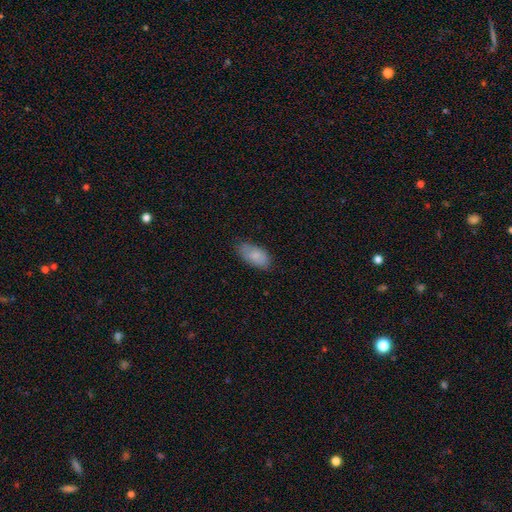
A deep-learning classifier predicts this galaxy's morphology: Smooth or featured? smooth (83%)
How rounded? in between (92%)
Merging? none (73%)